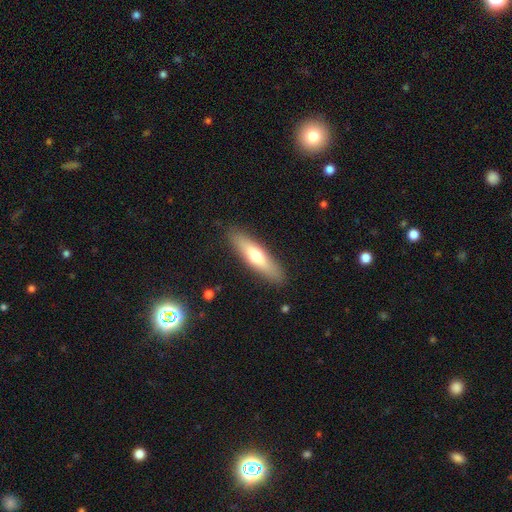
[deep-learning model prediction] Q: Smooth or featured?
A: smooth (57%); runner-up: featured or disk (37%)
Q: How rounded?
A: cigar-shaped (70%); runner-up: in between (28%)
Q: Merging?
A: none (88%); runner-up: minor disturbance (8%)